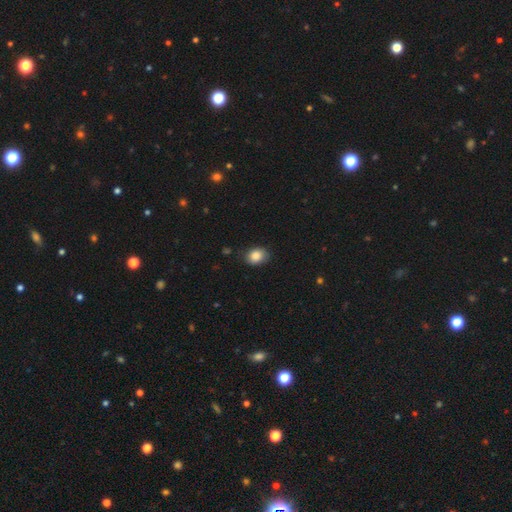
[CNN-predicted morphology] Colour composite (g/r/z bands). It shows a smooth galaxy with no disk features (86%) that is in between round and cigar-shaped (63%). Merging: none (80%).